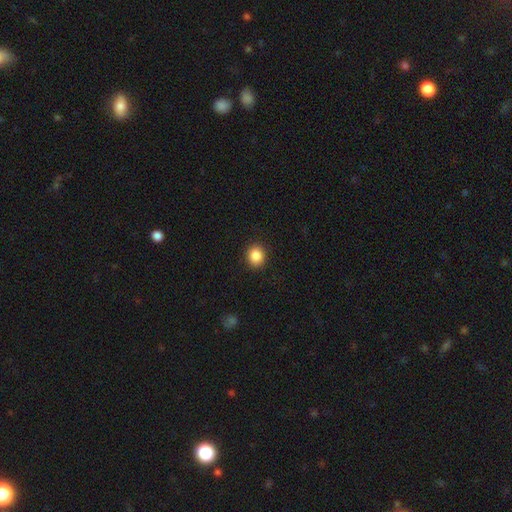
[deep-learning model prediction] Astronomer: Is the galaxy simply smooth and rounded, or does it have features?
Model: smooth — 87%.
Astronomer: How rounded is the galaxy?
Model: round — 77%.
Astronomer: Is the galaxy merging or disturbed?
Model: none — 90%.